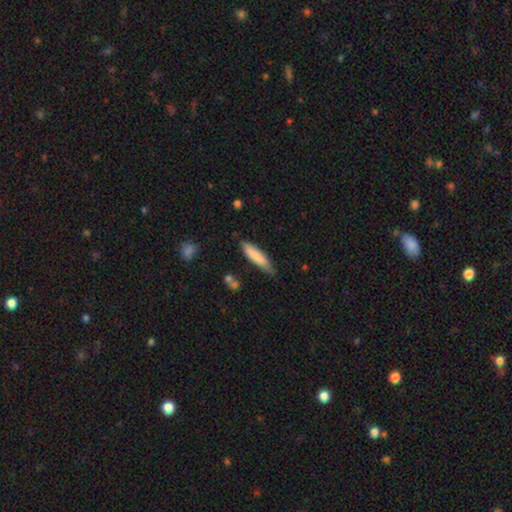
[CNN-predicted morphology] Q: Smooth or featured?
A: smooth (81%); runner-up: featured or disk (13%)
Q: How rounded?
A: cigar-shaped (73%); runner-up: in between (26%)
Q: Merging?
A: none (69%); runner-up: minor disturbance (24%)